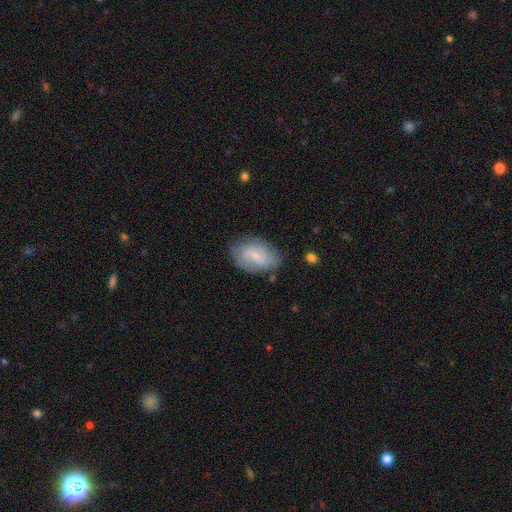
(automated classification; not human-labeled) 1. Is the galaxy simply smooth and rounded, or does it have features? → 50% smooth, 42% featured or disk, 7% star or artifact.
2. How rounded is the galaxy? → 87% in between, 11% round, 2% cigar-shaped.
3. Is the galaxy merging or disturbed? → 68% none, 23% minor disturbance, 7% major disturbance, 2% merger.